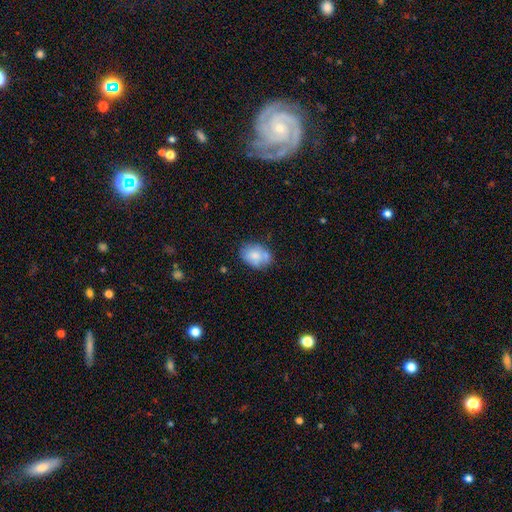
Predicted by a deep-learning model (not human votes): A smooth galaxy with no disk features (72%) that is in between round and cigar-shaped (75%).

Vote fractions:
- Smooth or featured? smooth: 72% / featured or disk: 20% / star or artifact: 8%
- How rounded? in between: 75% / round: 24% / cigar-shaped: 1%
- Merging? none: 55% / minor disturbance: 25% / merger: 13% / major disturbance: 7%